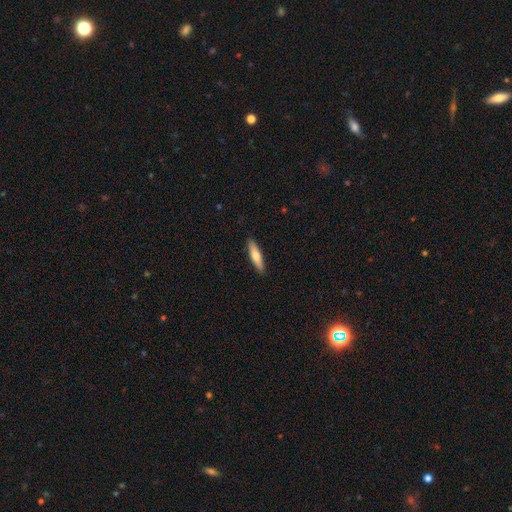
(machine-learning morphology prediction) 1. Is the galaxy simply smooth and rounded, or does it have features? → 68% smooth, 27% featured or disk, 5% star or artifact.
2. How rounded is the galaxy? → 75% cigar-shaped, 23% in between, 2% round.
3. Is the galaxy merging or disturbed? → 90% none, 7% minor disturbance, 1% major disturbance, 1% merger.